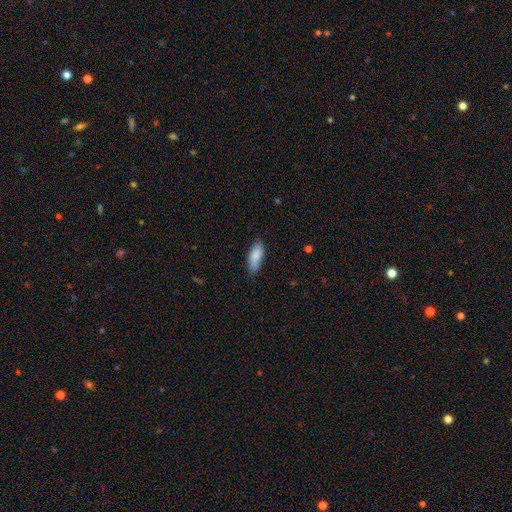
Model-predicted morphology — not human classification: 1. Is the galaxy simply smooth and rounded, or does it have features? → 87% smooth, 7% featured or disk, 6% star or artifact.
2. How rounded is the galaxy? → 71% in between, 28% cigar-shaped, 2% round.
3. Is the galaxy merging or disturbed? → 77% none, 19% minor disturbance, 3% major disturbance, 1% merger.